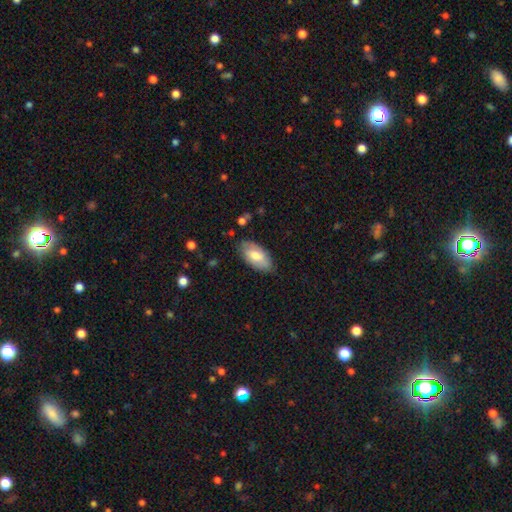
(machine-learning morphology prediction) Smooth or featured: smooth — 70% (featured or disk — 24%)
How rounded: in between — 93% (cigar-shaped — 4%)
Merging: none — 76% (minor disturbance — 19%)